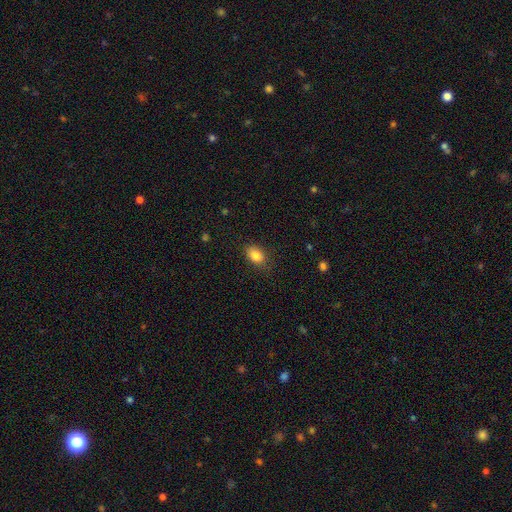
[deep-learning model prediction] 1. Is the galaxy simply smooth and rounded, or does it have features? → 85% smooth, 9% star or artifact, 6% featured or disk.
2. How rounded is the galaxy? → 78% in between, 20% round, 1% cigar-shaped.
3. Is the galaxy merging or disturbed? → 82% none, 13% minor disturbance, 3% major disturbance, 1% merger.